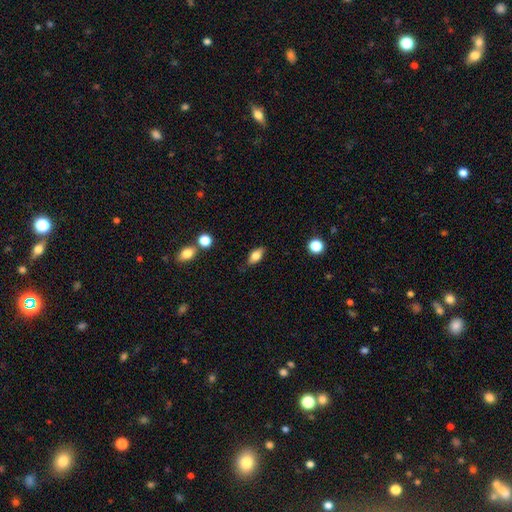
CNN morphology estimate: smooth 73%, featured or disk 19%, star or artifact 9%. Down the decision tree: how rounded — in between (83%); merging — none (81%).